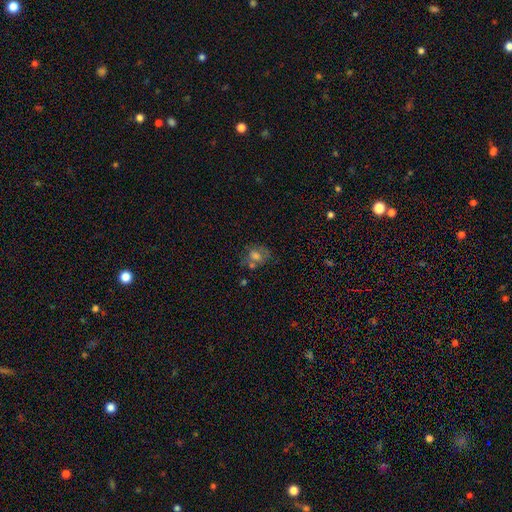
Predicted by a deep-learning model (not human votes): Q: Smooth or featured?
A: smooth (61%); runner-up: featured or disk (24%)
Q: How rounded?
A: in between (55%); runner-up: round (43%)
Q: Merging?
A: none (46%); runner-up: merger (22%)